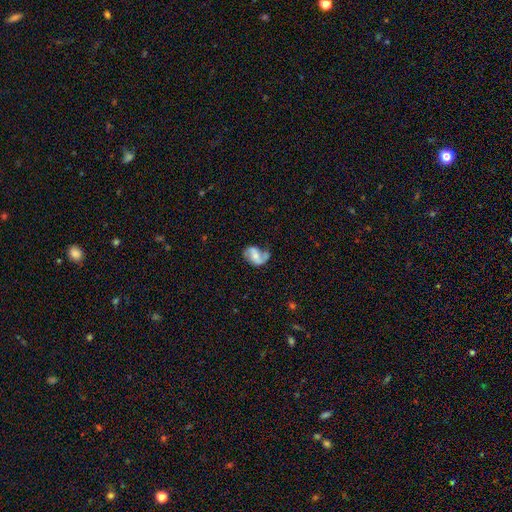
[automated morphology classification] smooth_or_featured: featured or disk (p=0.63) [alt: smooth p=0.29]
disk_edge_on: no (p=0.97) [alt: yes p=0.03]
bar: no (p=0.38) [tied with: weak p=0.38]
has_spiral_arms: yes (p=0.83) [alt: no p=0.17]
spiral_winding: loose (p=0.49) [alt: medium p=0.36]
spiral_arm_count: 2 (p=0.78) [alt: 1 p=0.12]
bulge_size: small (p=0.43) [alt: moderate p=0.38]
merging: none (p=0.45) [alt: minor disturbance p=0.27]